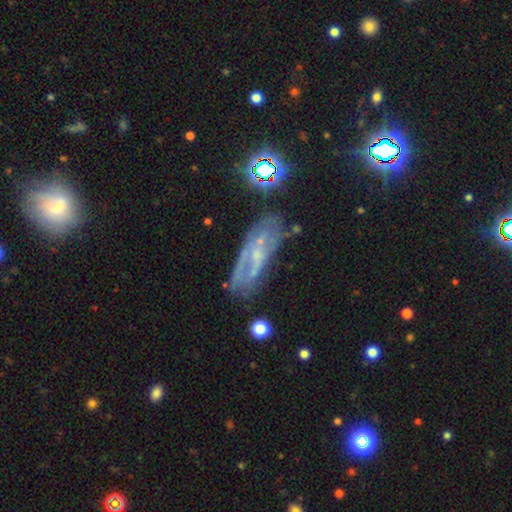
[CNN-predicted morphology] The model was most divided on "merging": none: 58%, minor disturbance: 23%, major disturbance: 14%, merger: 5%. More confident: edge-on disk — no (79%); smooth or featured — featured or disk (61%).